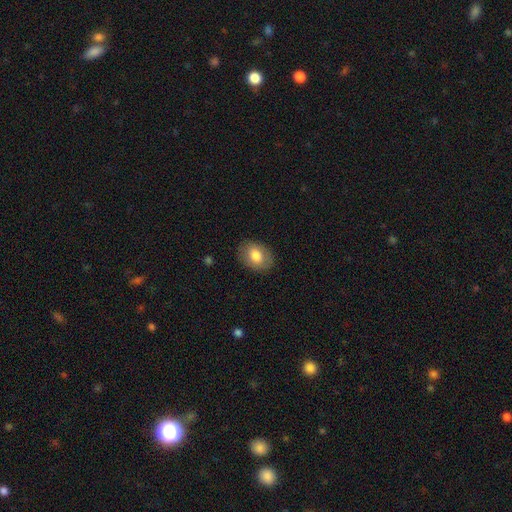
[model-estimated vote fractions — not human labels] A smooth galaxy with no disk features (80%) that is in between round and cigar-shaped (74%). Merging: none (87%).